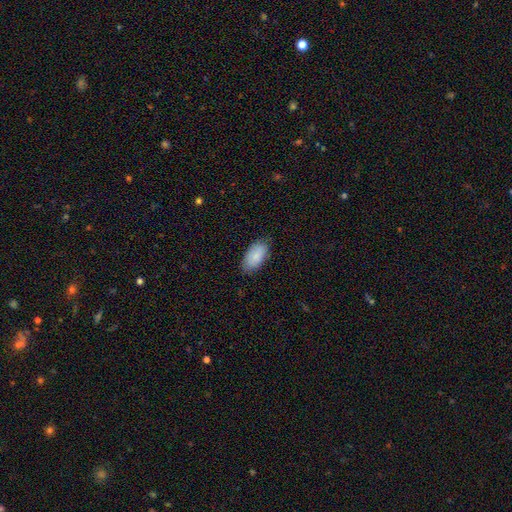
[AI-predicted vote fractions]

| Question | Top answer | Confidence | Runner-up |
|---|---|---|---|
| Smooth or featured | smooth | 87% | featured or disk (7%) |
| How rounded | in between | 94% | cigar-shaped (4%) |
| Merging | none | 81% | minor disturbance (15%) |